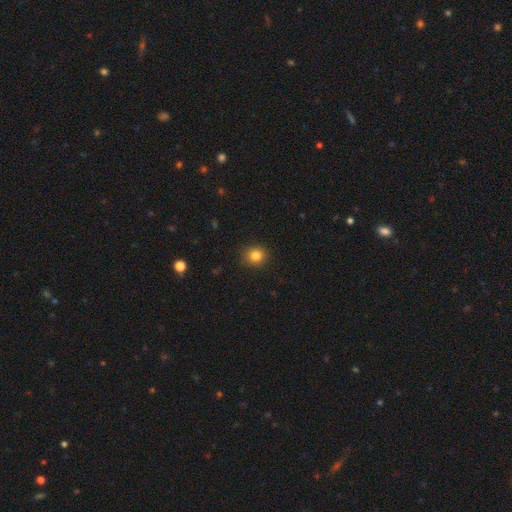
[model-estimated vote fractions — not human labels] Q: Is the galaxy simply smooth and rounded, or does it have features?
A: smooth — 83%.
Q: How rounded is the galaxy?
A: round — 85%.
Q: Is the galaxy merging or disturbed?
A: none — 88%.